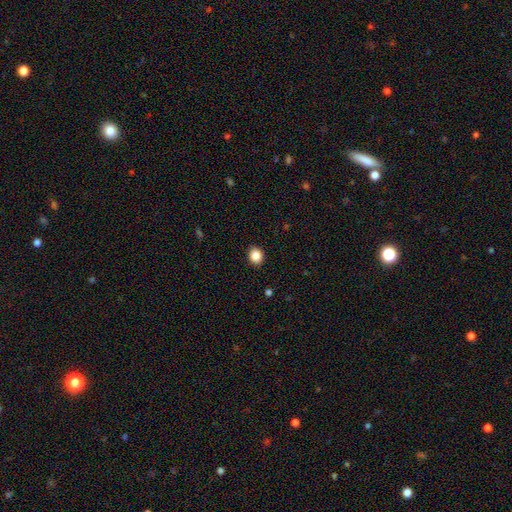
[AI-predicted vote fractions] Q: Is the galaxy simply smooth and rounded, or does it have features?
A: smooth — 86%.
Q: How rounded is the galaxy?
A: round — 64%.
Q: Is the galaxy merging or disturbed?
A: none — 90%.